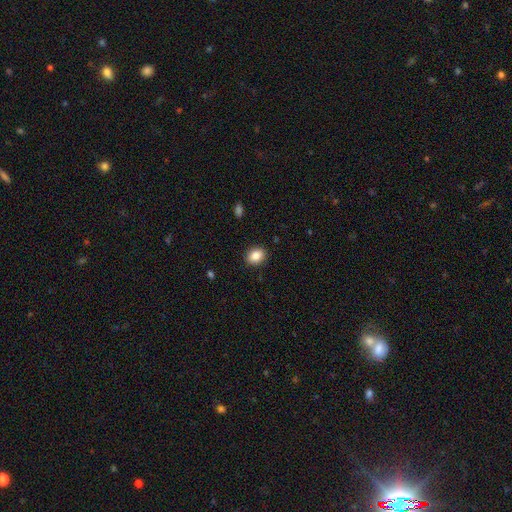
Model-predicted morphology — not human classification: This is clearly a smooth galaxy (86%). How rounded: possibly round (50%). Merging: clearly none (90%).